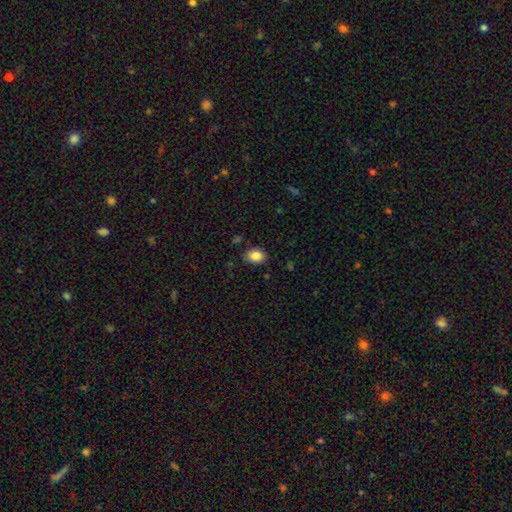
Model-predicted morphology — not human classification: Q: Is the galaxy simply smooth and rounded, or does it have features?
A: smooth — 85%.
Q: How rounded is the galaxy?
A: in between — 75%.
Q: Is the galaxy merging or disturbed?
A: none — 83%.